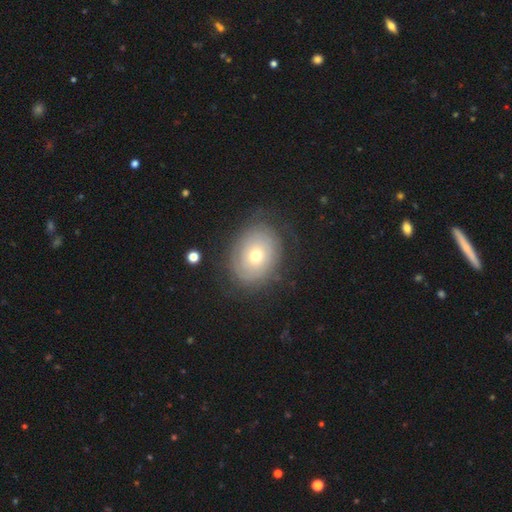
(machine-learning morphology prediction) Overall: featured or disk (55%; smooth 36%). Edge-on disk: no (95%). Bar: no (89%). Spiral arms: yes (63%; no 37%). Bulge size: moderate (60%; small 34%). Merging: none (75%).